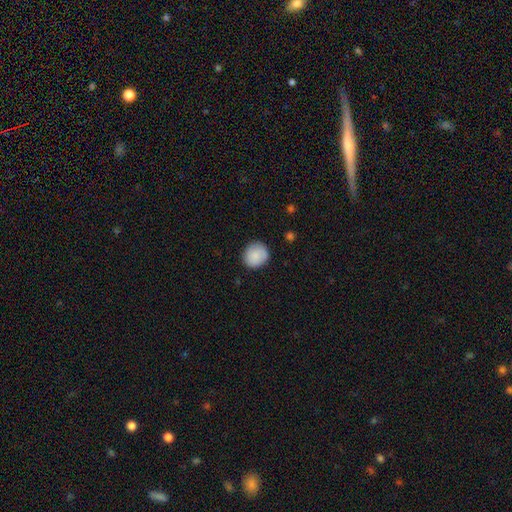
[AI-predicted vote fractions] Q: Smooth or featured?
A: smooth (86%); runner-up: star or artifact (7%)
Q: How rounded?
A: round (88%); runner-up: in between (11%)
Q: Merging?
A: none (86%); runner-up: minor disturbance (10%)